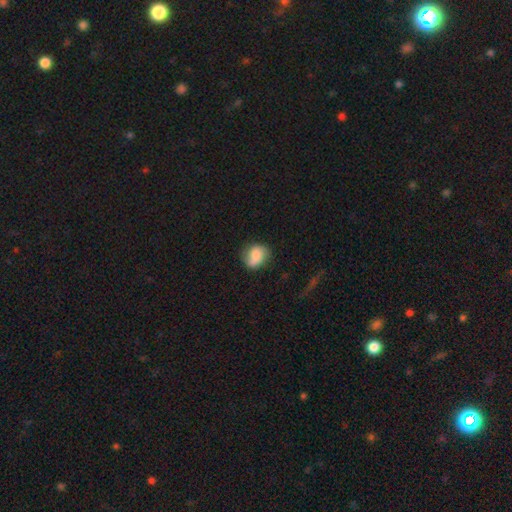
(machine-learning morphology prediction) smooth-or-featured: smooth: 66% | featured or disk: 25% | star or artifact: 9%
  how-rounded: round: 60% | in between: 38% | cigar-shaped: 1%
  merging: none: 63% | minor disturbance: 26% | major disturbance: 8% | merger: 3%